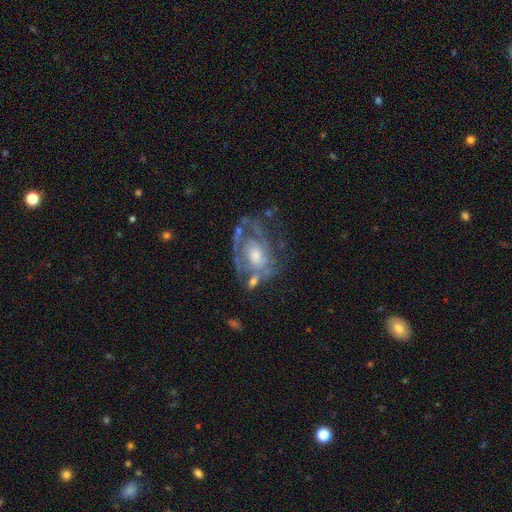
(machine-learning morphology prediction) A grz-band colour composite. It shows a featured or disk galaxy (80%) with no bar (77%), tight (55%) spiral arms (72%) and a moderate central bulge (57%). Merging: none (46%).